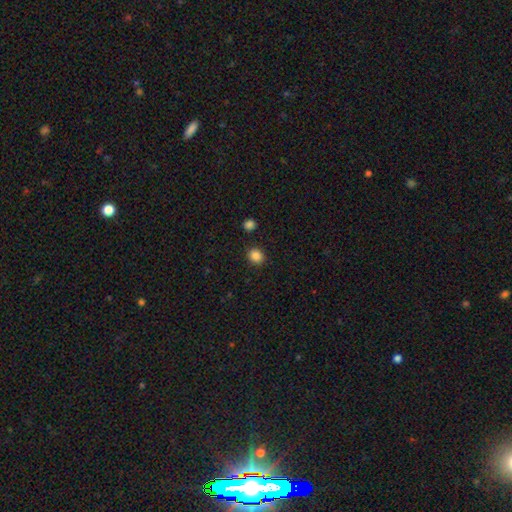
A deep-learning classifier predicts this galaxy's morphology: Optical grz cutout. It shows a smooth galaxy with no disk features (86%) that is round (67%). Merging: none (88%).